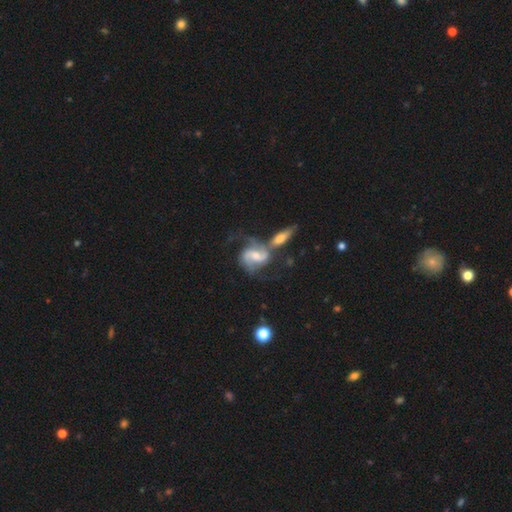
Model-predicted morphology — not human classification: A featured or disk galaxy (82%) with a weak bar (48%), 2 (85%) medium (49%) spiral arms (95%) and a moderate central bulge (50%).

Vote fractions:
- Smooth or featured? featured or disk: 82% / smooth: 12% / star or artifact: 5%
- Edge-on disk? no: 96% / yes: 4%
- Bar? weak: 48% / strong: 26% / no: 25%
- Spiral arms? yes: 95% / no: 5%
- Spiral winding? medium: 49% / loose: 31% / tight: 20%
- Spiral arm count? 2: 85% / can't tell: 7% / 3: 4% / 1: 3% / 4: 1% / more than 4: 1%
- Bulge size? moderate: 50% / small: 36% / large: 8% / none: 5% / dominant: 1%
- Merging? merger: 43% / none: 31% / minor disturbance: 14% / major disturbance: 12%